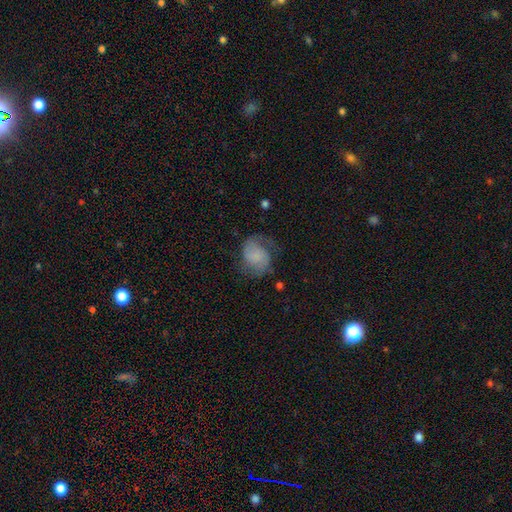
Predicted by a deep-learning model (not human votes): smooth-or-featured: featured or disk: 60% | smooth: 32% | star or artifact: 9%
  disk-edge-on: no: 98% | yes: 2%
    bar: no: 70% | weak: 25% | strong: 5%
    has-spiral-arms: yes: 92% | no: 8%
      spiral-winding: medium: 46% | loose: 32% | tight: 22%
      spiral-arm-count: 2: 87% | can't tell: 5% | 1: 4% | 3: 2% | 4: 1% | more than 4: 1%
    bulge-size: none: 45% | small: 27% | moderate: 13% | large: 9% | dominant: 5%
  merging: none: 60% | minor disturbance: 22% | major disturbance: 16% | merger: 2%